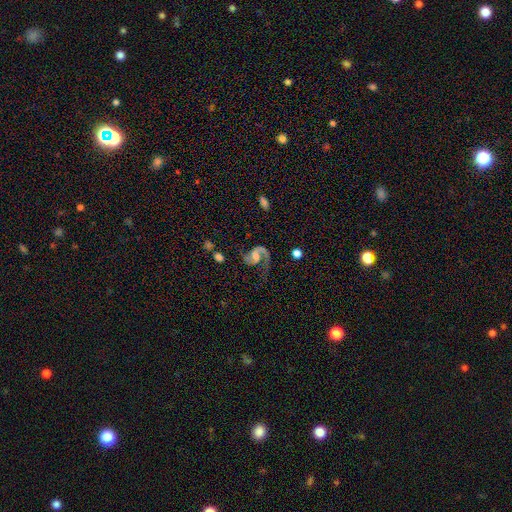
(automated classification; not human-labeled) A featured or disk galaxy (87%) with no bar (44%), 2 (71%) medium (47%) spiral arms (96%) and a moderate central bulge (45%).

Vote fractions:
- Smooth or featured? featured or disk: 87% / smooth: 7% / star or artifact: 6%
- Edge-on disk? no: 98% / yes: 2%
- Bar? no: 44% / weak: 42% / strong: 13%
- Spiral arms? yes: 96% / no: 4%
- Spiral winding? medium: 47% / loose: 42% / tight: 10%
- Spiral arm count? 2: 71% / 1: 25% / can't tell: 2% / 3: 1% / 4: 1% / more than 4: 1%
- Bulge size? moderate: 45% / small: 27% / large: 13% / none: 12% / dominant: 2%
- Merging? none: 51% / major disturbance: 28% / minor disturbance: 17% / merger: 4%